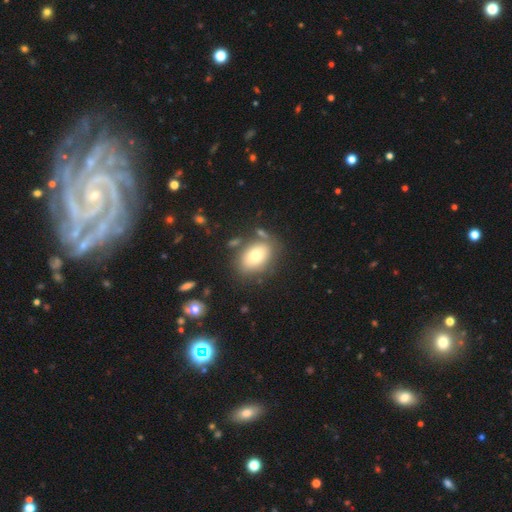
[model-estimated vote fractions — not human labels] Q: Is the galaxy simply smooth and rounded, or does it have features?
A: smooth — 75%.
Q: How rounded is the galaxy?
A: in between — 82%.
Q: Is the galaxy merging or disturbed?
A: none — 73%.